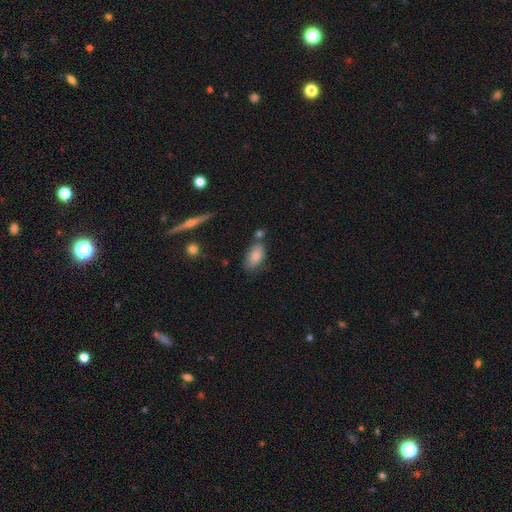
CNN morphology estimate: This is clearly a smooth galaxy (83%). How rounded: clearly in between (91%). Merging: likely none (63%).